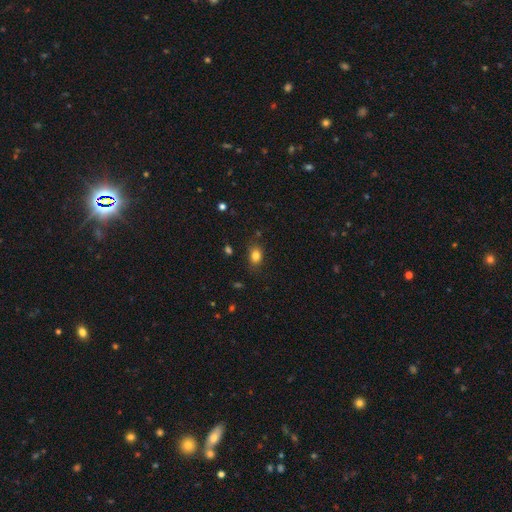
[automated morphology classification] Smooth or featured? Predicted: smooth (p=0.82). How rounded? Predicted: in between (p=0.68). Merging? Predicted: none (p=0.82).